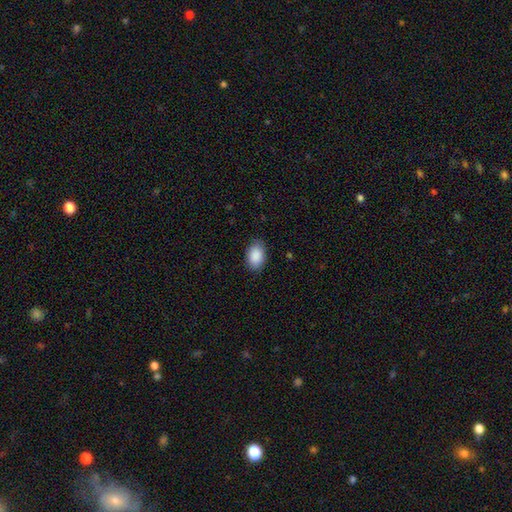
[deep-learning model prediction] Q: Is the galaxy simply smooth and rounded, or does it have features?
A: smooth — 90%.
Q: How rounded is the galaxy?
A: in between — 91%.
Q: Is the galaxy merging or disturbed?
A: none — 84%.